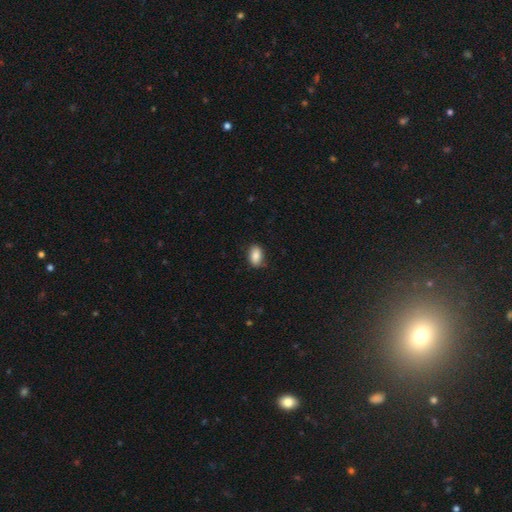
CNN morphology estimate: Smooth or featured?
  - smooth: 86% *
  - star or artifact: 7%
  - featured or disk: 7%
How rounded?
  - in between: 87% *
  - round: 11%
  - cigar-shaped: 2%
Merging?
  - none: 79% *
  - minor disturbance: 17%
  - major disturbance: 3%
  - merger: 1%